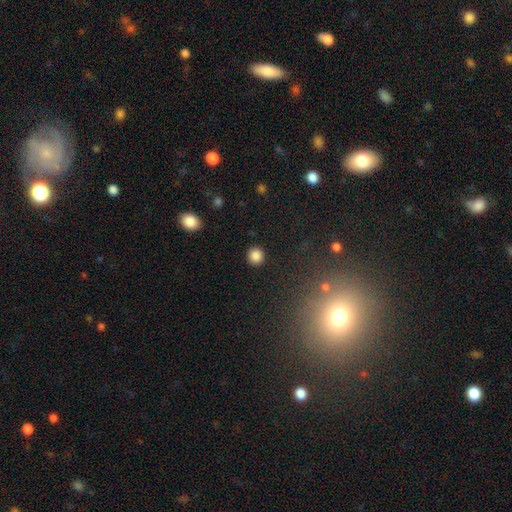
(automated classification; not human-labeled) This appears to be a smooth galaxy with no disk features (86%) that is round (93%). Merging: none (91%).